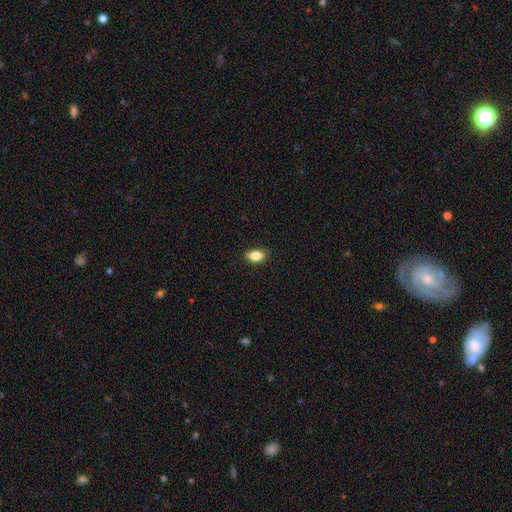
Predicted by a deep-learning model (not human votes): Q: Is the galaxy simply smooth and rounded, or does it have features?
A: smooth — 85%.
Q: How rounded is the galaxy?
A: in between — 83%.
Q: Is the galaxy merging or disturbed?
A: none — 86%.